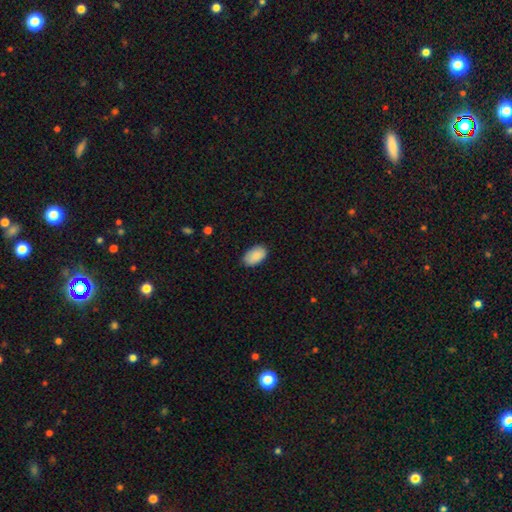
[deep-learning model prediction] smooth 88%, star or artifact 6%, featured or disk 6%. Down the decision tree: how rounded — in between (94%); merging — none (81%).